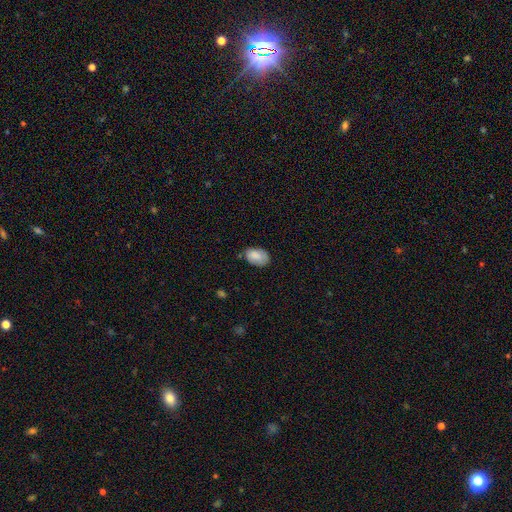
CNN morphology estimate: Smooth or featured? Predicted: smooth (p=0.81). How rounded? Predicted: in between (p=0.90). Merging? Predicted: none (p=0.68).